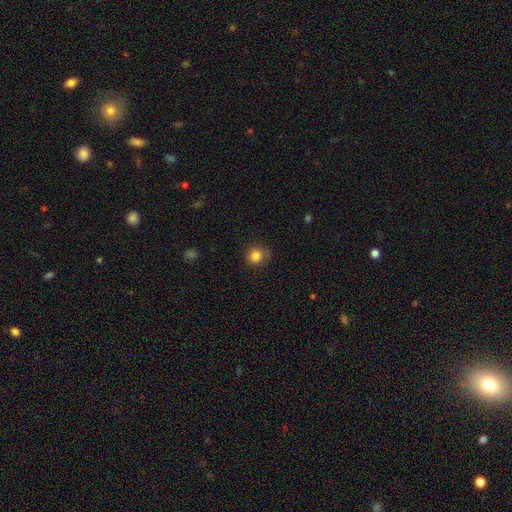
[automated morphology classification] Smooth or featured? Predicted: smooth (p=0.84). How rounded? Predicted: round (p=0.89). Merging? Predicted: none (p=0.76).